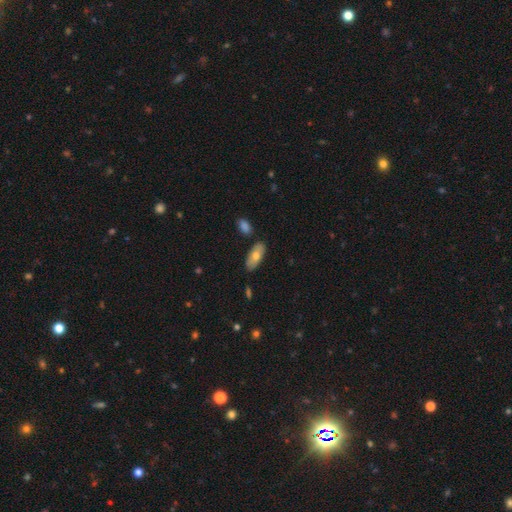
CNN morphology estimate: smooth 70%, featured or disk 24%, star or artifact 6%. Down the decision tree: how rounded — in between (86%); merging — none (81%).